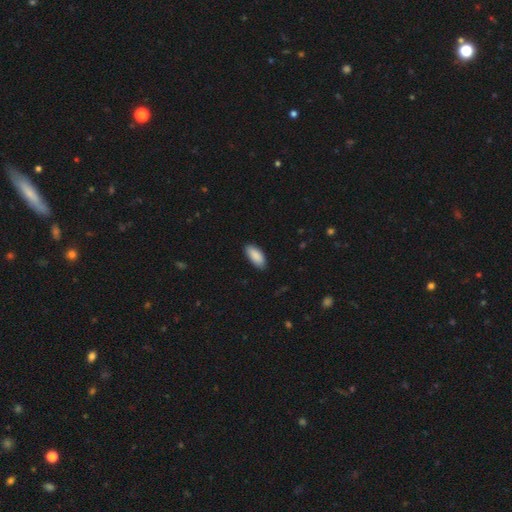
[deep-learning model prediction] Smooth or featured?
  - smooth: 90% *
  - star or artifact: 6%
  - featured or disk: 4%
How rounded?
  - in between: 87% *
  - cigar-shaped: 11%
  - round: 2%
Merging?
  - none: 86% *
  - minor disturbance: 11%
  - major disturbance: 2%
  - merger: 1%